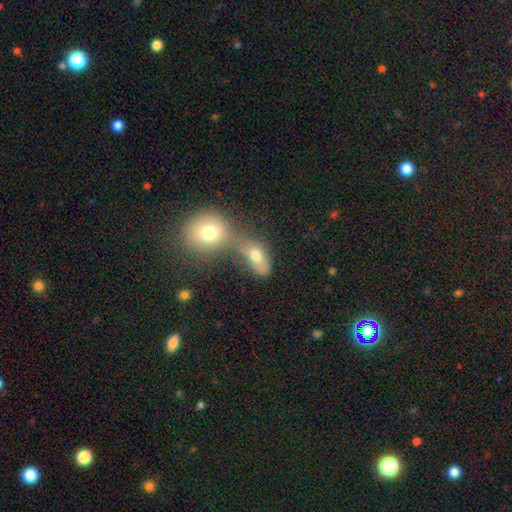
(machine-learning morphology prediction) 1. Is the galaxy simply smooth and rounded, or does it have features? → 71% smooth, 16% featured or disk, 13% star or artifact.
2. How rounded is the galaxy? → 66% in between, 29% round, 5% cigar-shaped.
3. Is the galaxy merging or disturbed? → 57% merger, 29% none, 8% minor disturbance, 6% major disturbance.